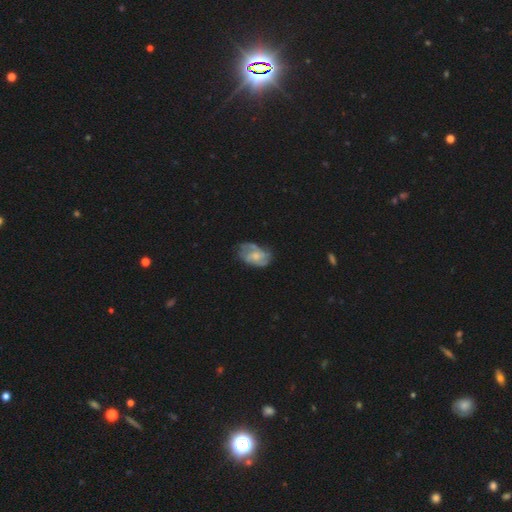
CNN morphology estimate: Smooth or featured? featured or disk (59%)
Edge-on disk? no (97%)
Bar? no (66%)
Spiral arms? yes (72%)
Bulge size? moderate (40%)
Merging? none (52%)